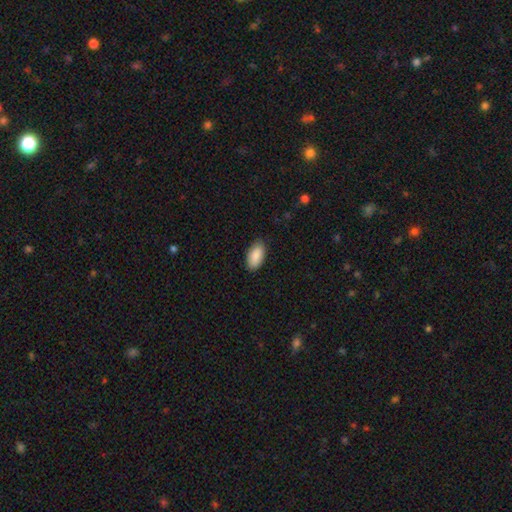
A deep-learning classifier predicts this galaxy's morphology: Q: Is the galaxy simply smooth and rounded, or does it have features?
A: smooth — 89%.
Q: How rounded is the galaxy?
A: in between — 95%.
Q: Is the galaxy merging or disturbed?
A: none — 85%.